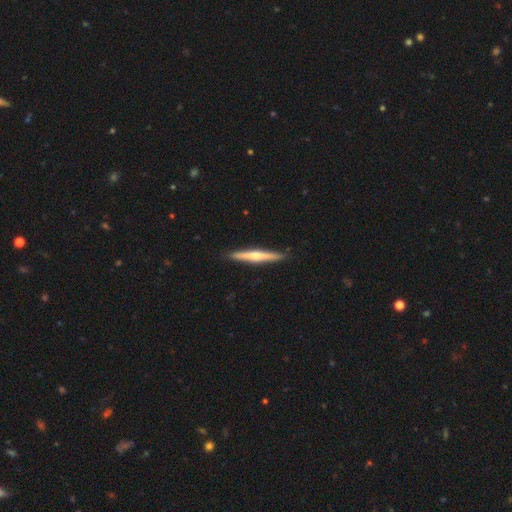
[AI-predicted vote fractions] The model was most divided on "smooth or featured": featured or disk: 57%, smooth: 38%, star or artifact: 5%. More confident: edge-on disk — yes (97%); merging — none (91%); edge-on bulge — rounded (76%).